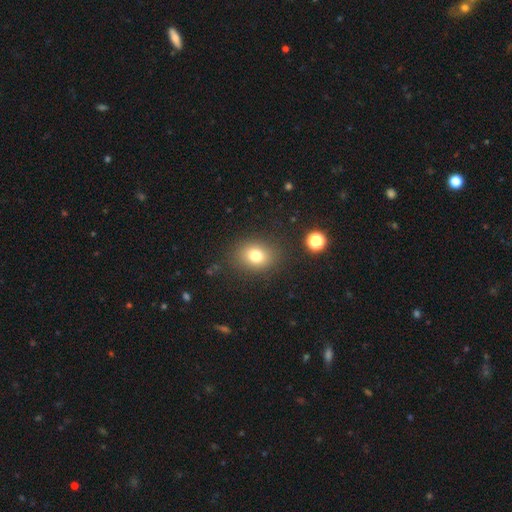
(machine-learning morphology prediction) smooth 77%, star or artifact 13%, featured or disk 10%. Down the decision tree: how rounded — round (52%); merging — none (84%).